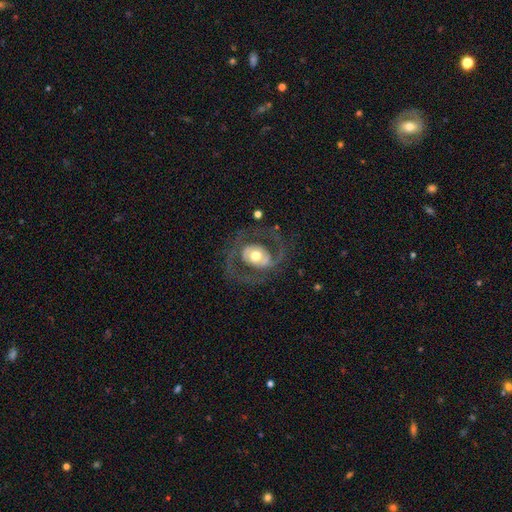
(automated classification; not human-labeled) smooth-or-featured: featured or disk: 79% | smooth: 16% | star or artifact: 5%
  disk-edge-on: no: 96% | yes: 4%
    bar: no: 56% | weak: 29% | strong: 15%
    has-spiral-arms: yes: 74% | no: 26%
      spiral-winding: medium: 52% | loose: 27% | tight: 21%
      spiral-arm-count: 2: 84% | can't tell: 7% | 1: 4% | 3: 2% | 4: 1% | more than 4: 1%
    bulge-size: moderate: 67% | large: 22% | small: 8% | dominant: 2% | none: 1%
  merging: none: 68% | major disturbance: 18% | minor disturbance: 13% | merger: 2%